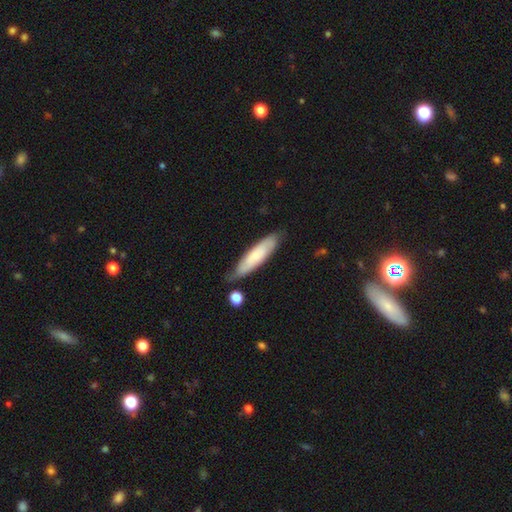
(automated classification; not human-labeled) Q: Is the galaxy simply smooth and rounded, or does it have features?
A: smooth — 59%.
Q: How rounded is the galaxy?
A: cigar-shaped — 71%.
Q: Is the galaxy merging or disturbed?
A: none — 70%.